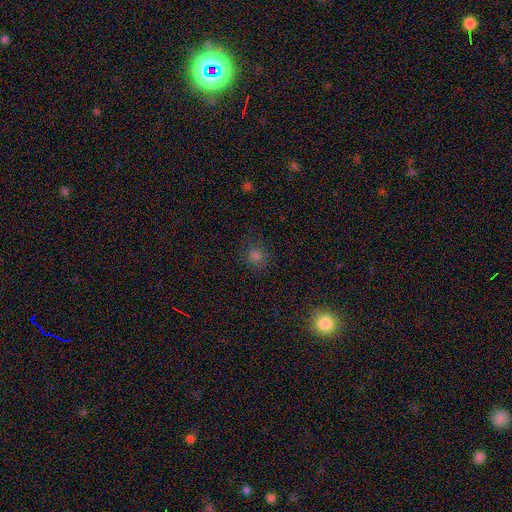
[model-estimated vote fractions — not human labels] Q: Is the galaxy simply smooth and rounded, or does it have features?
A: smooth — 75%.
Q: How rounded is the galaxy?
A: round — 88%.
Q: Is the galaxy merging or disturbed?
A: none — 84%.